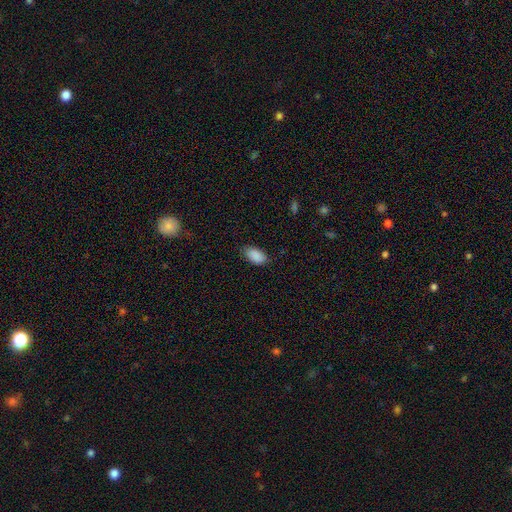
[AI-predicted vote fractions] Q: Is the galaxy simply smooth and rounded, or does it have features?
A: smooth — 90%.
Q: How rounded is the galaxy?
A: in between — 94%.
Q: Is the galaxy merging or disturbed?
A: none — 82%.